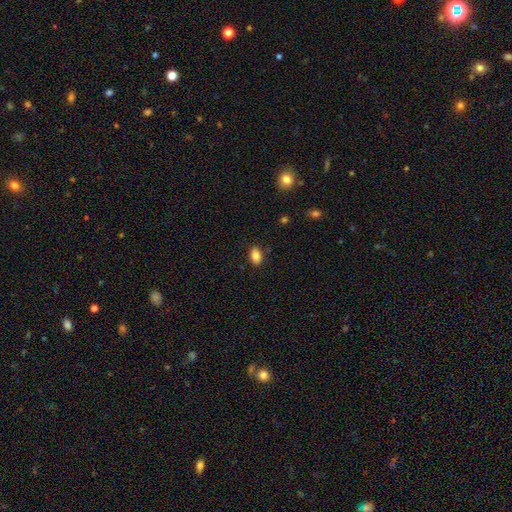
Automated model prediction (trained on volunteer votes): Smooth or featured: smooth — 86% (star or artifact — 9%)
How rounded: in between — 88% (round — 10%)
Merging: none — 86% (minor disturbance — 10%)